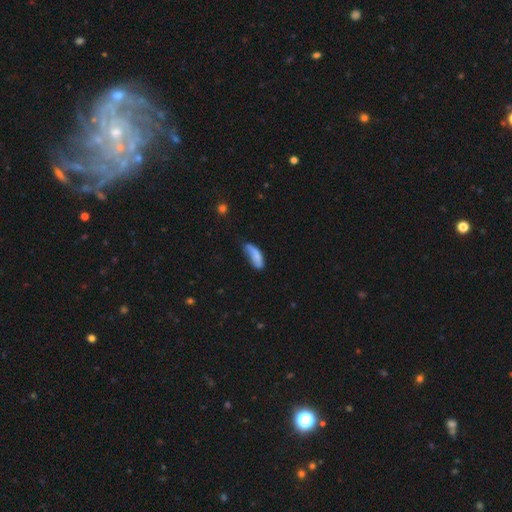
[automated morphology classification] A smooth galaxy with no disk features (72%) that is in between round and cigar-shaped (69%).

Vote fractions:
- Smooth or featured? smooth: 72% / featured or disk: 21% / star or artifact: 7%
- How rounded? in between: 69% / cigar-shaped: 29% / round: 2%
- Merging? minor disturbance: 38% (tied) / none: 38% (tied) / major disturbance: 18% / merger: 6%